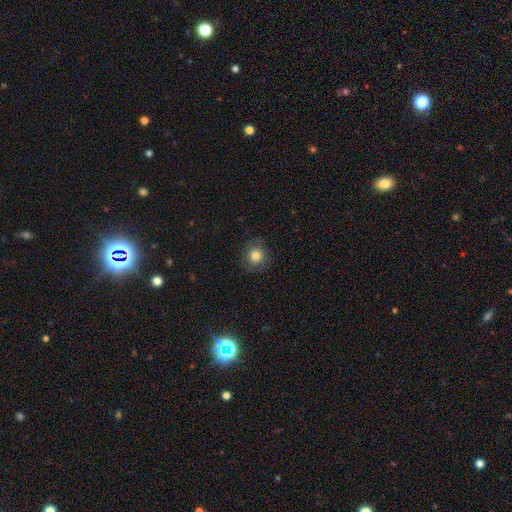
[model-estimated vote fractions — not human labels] Q: Smooth or featured?
A: smooth (78%); runner-up: star or artifact (11%)
Q: How rounded?
A: round (91%); runner-up: in between (8%)
Q: Merging?
A: none (84%); runner-up: minor disturbance (11%)